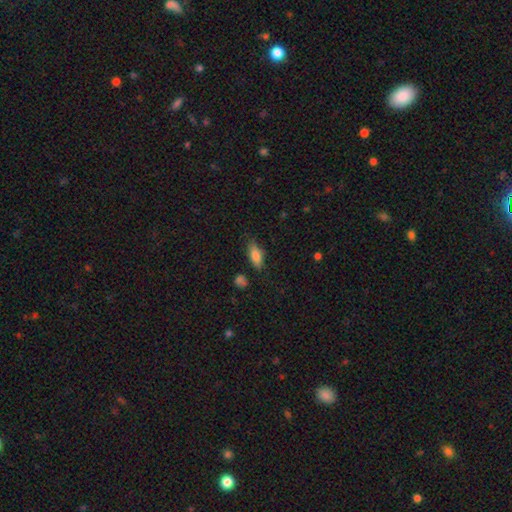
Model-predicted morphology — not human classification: Smooth or featured?
  - smooth: 77% *
  - featured or disk: 15%
  - star or artifact: 7%
How rounded?
  - in between: 73% *
  - cigar-shaped: 24%
  - round: 3%
Merging?
  - none: 77% *
  - minor disturbance: 17%
  - major disturbance: 4%
  - merger: 2%